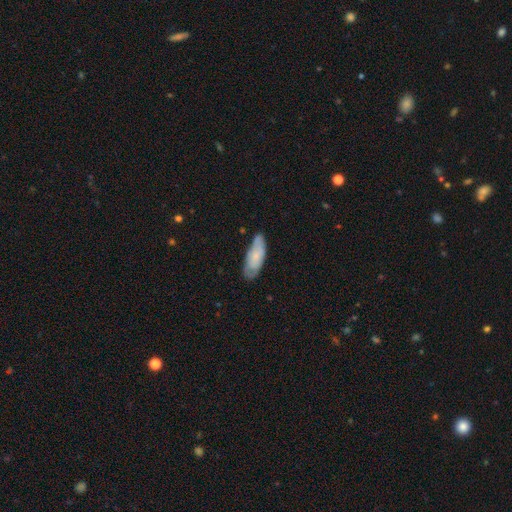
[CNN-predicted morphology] smooth_or_featured: smooth (p=0.67) [alt: featured or disk p=0.27]
how_rounded: in between (p=0.71) [alt: cigar-shaped p=0.27]
merging: none (p=0.68) [alt: minor disturbance p=0.25]